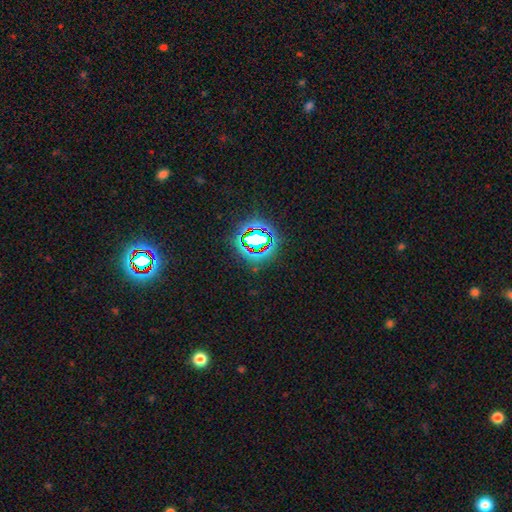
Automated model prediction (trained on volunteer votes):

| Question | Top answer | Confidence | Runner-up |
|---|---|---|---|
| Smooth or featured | star or artifact | 79% | smooth (12%) |